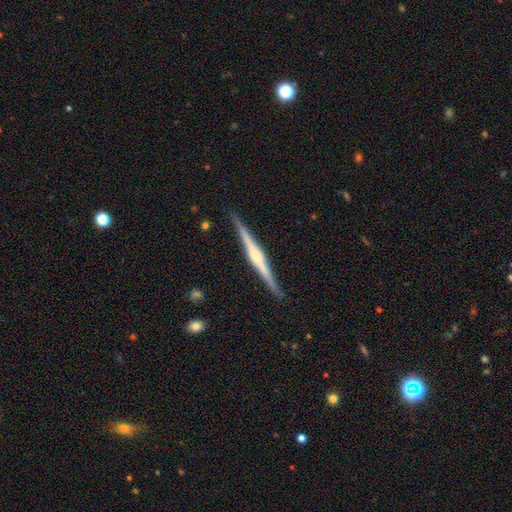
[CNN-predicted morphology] The model was most divided on "edge-on bulge": rounded: 77%, boxy: 12%, none: 11%. More confident: edge-on disk — yes (98%); merging — none (92%); smooth or featured — featured or disk (83%).